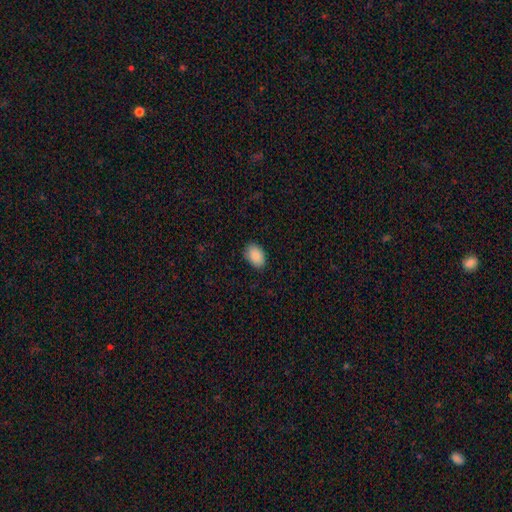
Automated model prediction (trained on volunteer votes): Overall: smooth (89%). How rounded: in between (86%). Merging: none (87%).